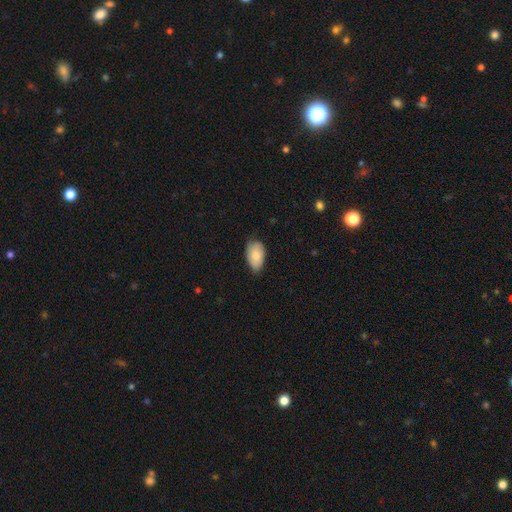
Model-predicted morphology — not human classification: Smooth or featured? smooth (81%)
How rounded? in between (93%)
Merging? none (66%)